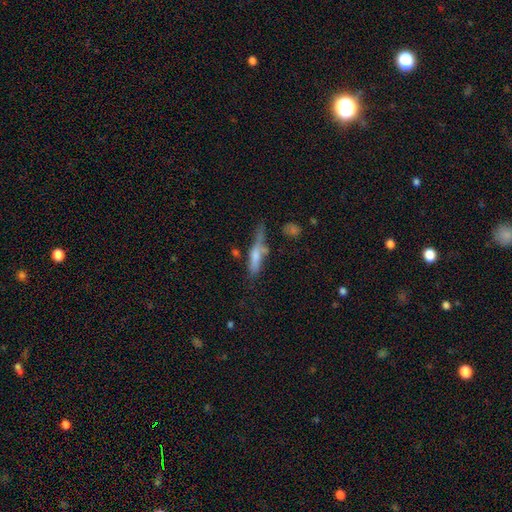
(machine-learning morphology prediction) smooth_or_featured: smooth (p=0.52) [alt: featured or disk p=0.38]
how_rounded: cigar-shaped (p=0.81) [alt: in between p=0.17]
merging: none (p=0.47) [alt: minor disturbance p=0.26]